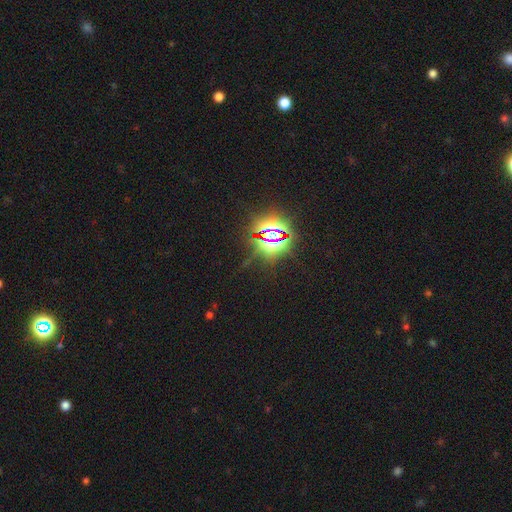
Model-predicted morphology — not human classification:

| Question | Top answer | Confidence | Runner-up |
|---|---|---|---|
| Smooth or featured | star or artifact | 85% | smooth (9%) |